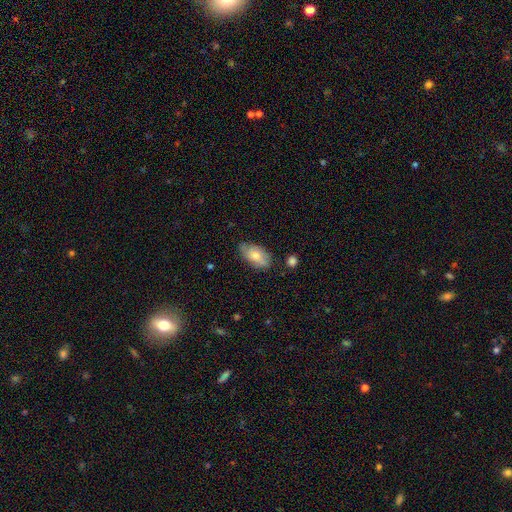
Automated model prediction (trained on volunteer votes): smooth 67%, featured or disk 26%, star or artifact 7%. Down the decision tree: how rounded — in between (92%); merging — none (70%).